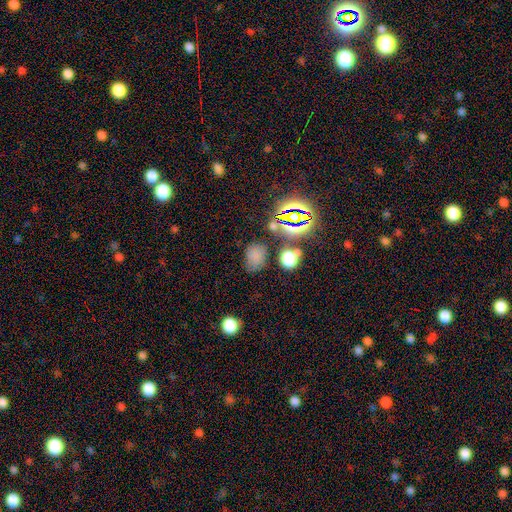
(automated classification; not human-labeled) Smooth or featured: smooth — 66% (star or artifact — 26%)
How rounded: in between — 60% (round — 39%)
Merging: none — 65% (minor disturbance — 19%)